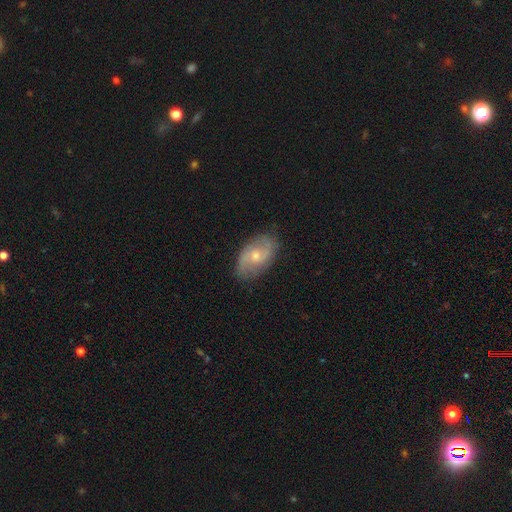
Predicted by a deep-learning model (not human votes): smooth_or_featured: featured or disk (p=0.73) [alt: smooth p=0.21]
disk_edge_on: no (p=0.96) [alt: yes p=0.04]
bar: no (p=0.57) [alt: weak p=0.38]
has_spiral_arms: yes (p=0.92) [alt: no p=0.08]
spiral_winding: medium (p=0.47) [alt: loose p=0.31]
spiral_arm_count: 2 (p=0.83) [alt: can't tell p=0.09]
bulge_size: small (p=0.49) [alt: moderate p=0.47]
merging: none (p=0.81) [alt: minor disturbance p=0.14]